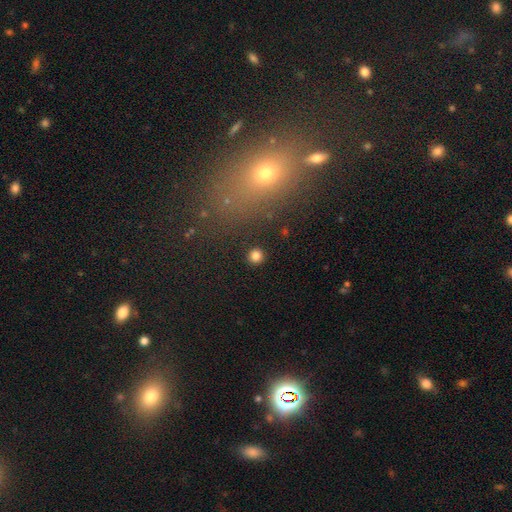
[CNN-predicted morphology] Q: Smooth or featured?
A: smooth (82%); runner-up: star or artifact (13%)
Q: How rounded?
A: round (95%); runner-up: in between (4%)
Q: Merging?
A: none (92%); runner-up: minor disturbance (4%)